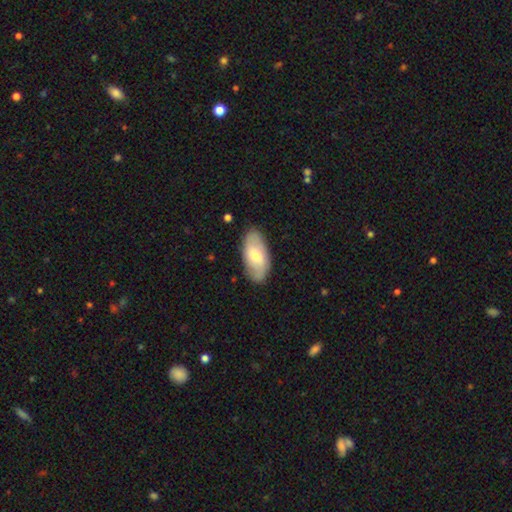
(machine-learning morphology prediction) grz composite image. It shows a smooth galaxy with no disk features (60%) that is in between round and cigar-shaped (92%). Merging: none (84%).